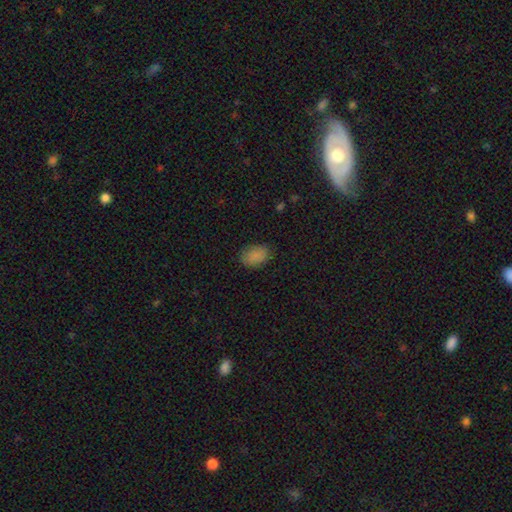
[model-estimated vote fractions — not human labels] Smooth or featured? smooth (85%)
How rounded? in between (83%)
Merging? none (80%)